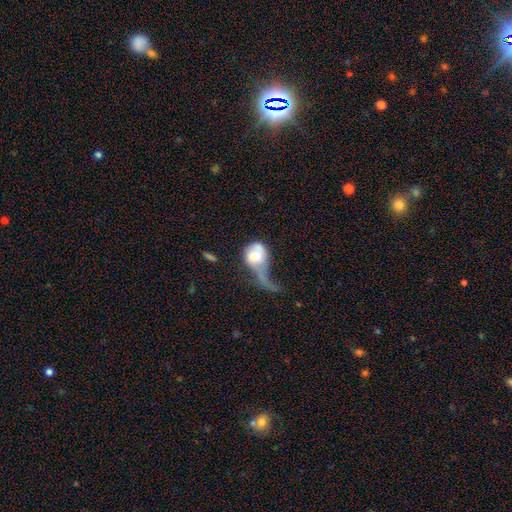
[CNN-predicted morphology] Overall: smooth (57%; featured or disk 35%). How rounded: in between (49%, tied with round). Merging: major disturbance (61%).